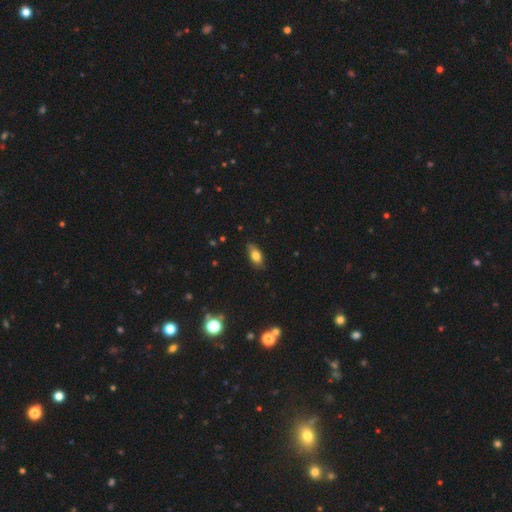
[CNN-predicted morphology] Smooth or featured? Predicted: smooth (p=0.76). How rounded? Predicted: in between (p=0.86). Merging? Predicted: none (p=0.79).